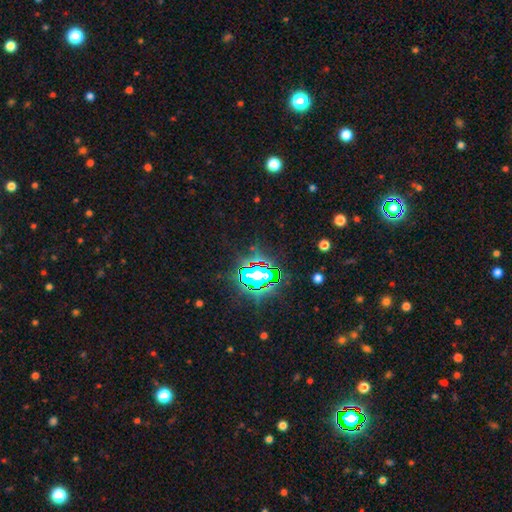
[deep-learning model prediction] Smooth or featured? Predicted: star or artifact (p=0.82).